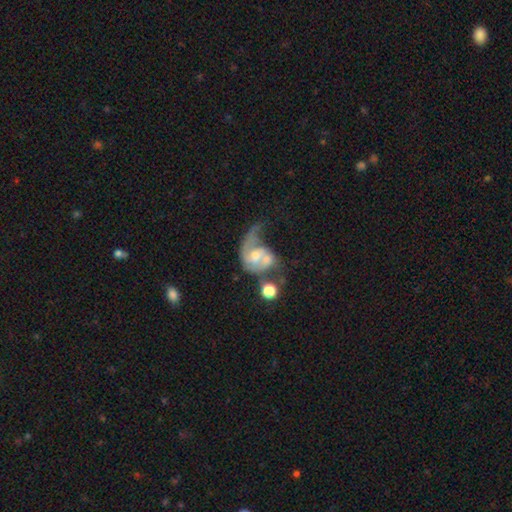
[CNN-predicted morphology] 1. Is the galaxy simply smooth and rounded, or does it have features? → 69% featured or disk, 24% smooth, 8% star or artifact.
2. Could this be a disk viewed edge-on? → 97% no, 3% yes.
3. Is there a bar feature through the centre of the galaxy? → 63% no, 30% weak, 6% strong.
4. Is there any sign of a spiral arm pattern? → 81% yes, 19% no.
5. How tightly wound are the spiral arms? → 53% loose, 32% medium, 15% tight.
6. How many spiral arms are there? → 53% 1, 35% 2, 9% can't tell, 1% 3, 1% 4, 1% more than 4.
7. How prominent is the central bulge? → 45% moderate, 31% small, 12% none, 9% large, 2% dominant.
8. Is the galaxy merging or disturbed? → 42% merger, 32% major disturbance, 16% none, 10% minor disturbance.